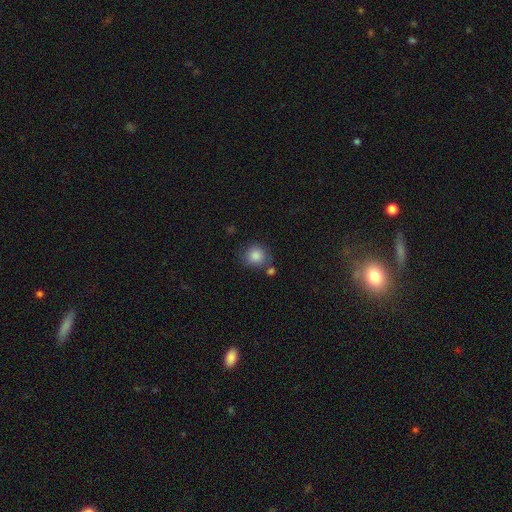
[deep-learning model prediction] smooth-or-featured: smooth: 86% | star or artifact: 9% | featured or disk: 5%
  how-rounded: round: 87% | in between: 12% | cigar-shaped: 1%
  merging: none: 68% | minor disturbance: 15% | merger: 13% | major disturbance: 5%